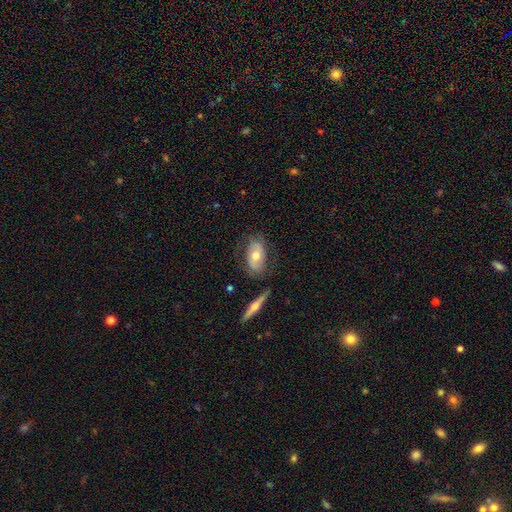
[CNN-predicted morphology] type=featured or disk (49%); merging=none (67%).